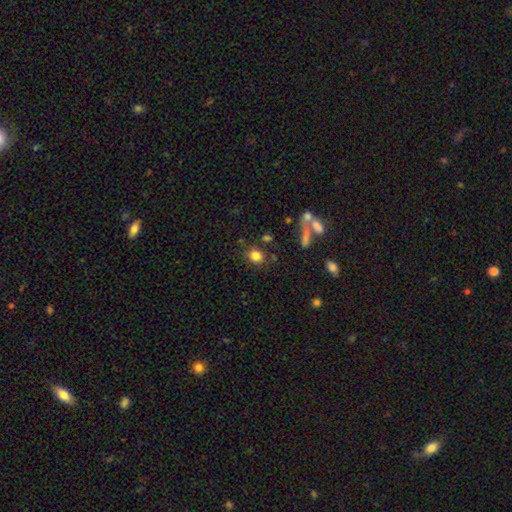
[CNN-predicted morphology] This appears to be a smooth galaxy with no disk features (82%) that is round (66%). Merging: none (75%).